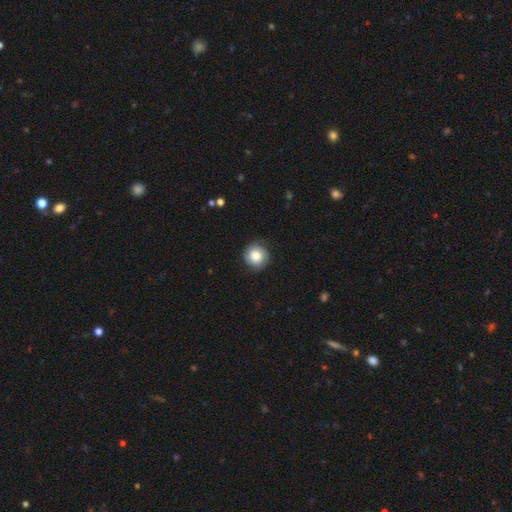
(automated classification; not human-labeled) Smooth or featured? smooth (73%)
How rounded? round (93%)
Merging? none (80%)